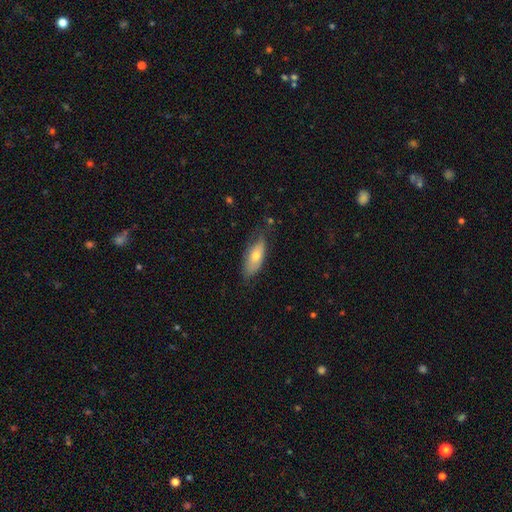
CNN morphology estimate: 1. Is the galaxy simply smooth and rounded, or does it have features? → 64% smooth, 29% featured or disk, 7% star or artifact.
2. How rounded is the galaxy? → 76% in between, 22% cigar-shaped, 3% round.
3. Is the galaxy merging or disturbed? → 69% none, 24% minor disturbance, 5% major disturbance, 1% merger.